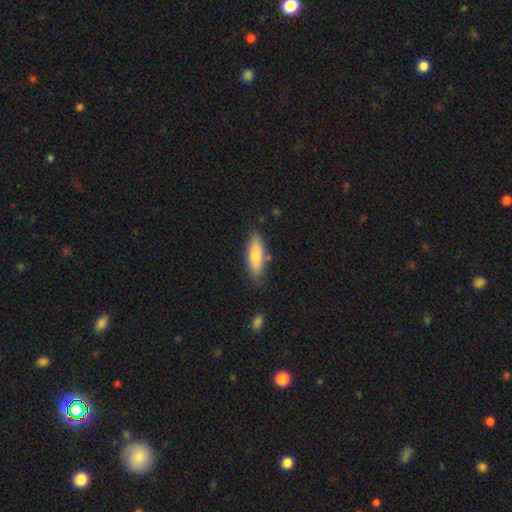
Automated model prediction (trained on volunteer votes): Smooth or featured?
  - smooth: 76% *
  - featured or disk: 18%
  - star or artifact: 6%
How rounded?
  - in between: 52% *
  - cigar-shaped: 46%
  - round: 2%
Merging?
  - none: 80% *
  - minor disturbance: 14%
  - merger: 3%
  - major disturbance: 3%